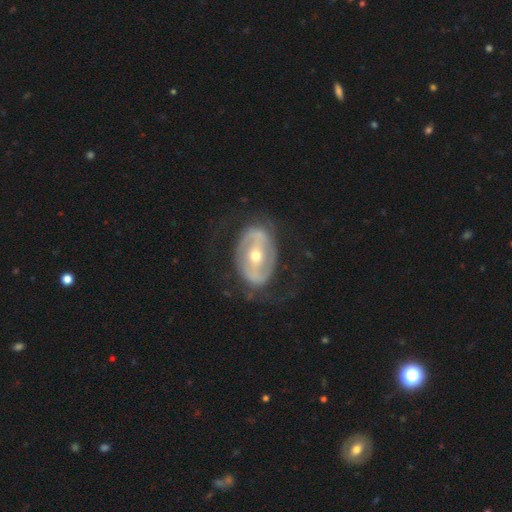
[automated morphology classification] This appears to be a featured or disk galaxy (80%) with a strong bar (52%), spiral arms (59%) and a moderate central bulge (58%). Merging: none (70%).